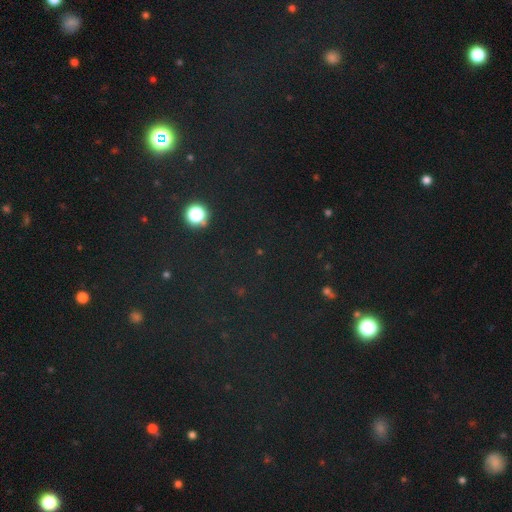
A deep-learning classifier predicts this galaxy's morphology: Smooth or featured? Predicted: star or artifact (p=0.71).